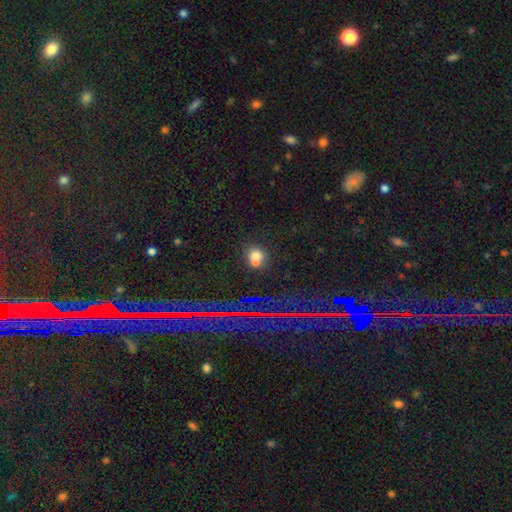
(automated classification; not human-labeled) smooth-or-featured: smooth: 68% | star or artifact: 17% | featured or disk: 15%
  how-rounded: round: 76% | in between: 22% | cigar-shaped: 1%
  merging: merger: 50% | none: 39% | minor disturbance: 8% | major disturbance: 3%